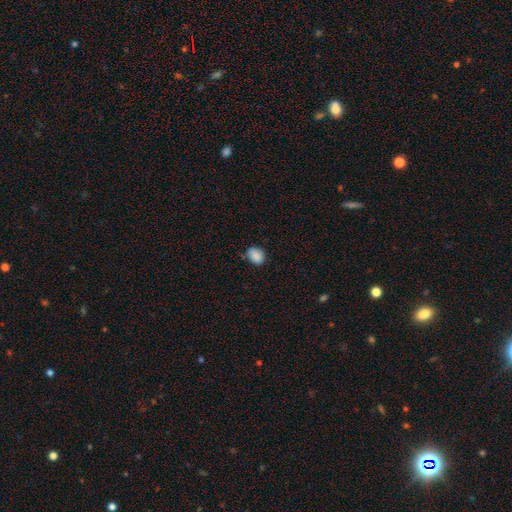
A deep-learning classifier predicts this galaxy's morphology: Smooth or featured? smooth (88%)
How rounded? in between (59%)
Merging? none (72%)